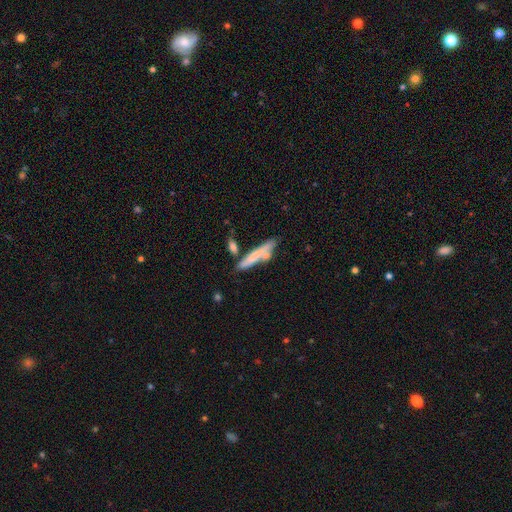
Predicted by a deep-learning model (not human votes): Overall: smooth (63%; featured or disk 30%). How rounded: cigar-shaped (88%). Merging: none (56%; merger 20%).